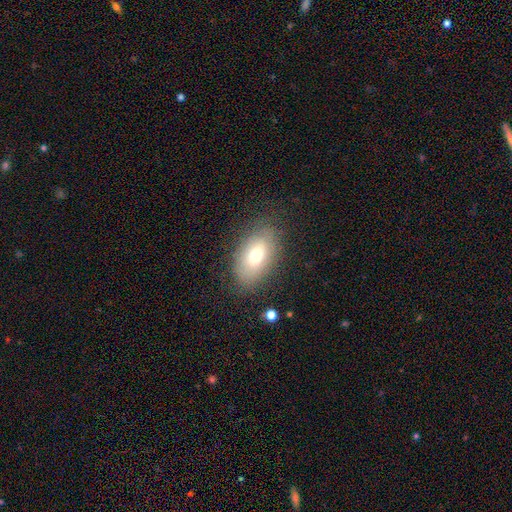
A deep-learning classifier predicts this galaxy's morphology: The model was most divided on "smooth or featured": smooth: 70%, featured or disk: 21%, star or artifact: 9%. More confident: how rounded — in between (92%); merging — none (80%).